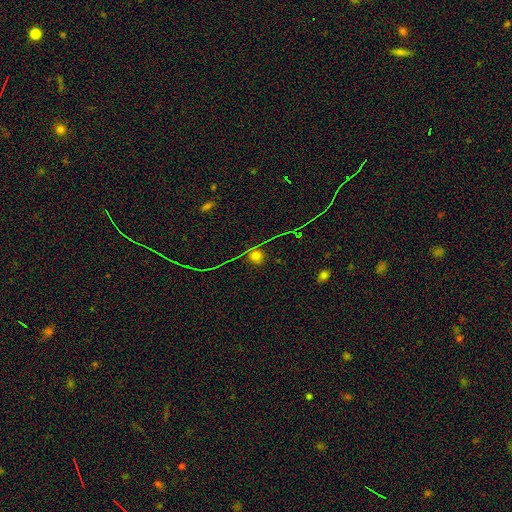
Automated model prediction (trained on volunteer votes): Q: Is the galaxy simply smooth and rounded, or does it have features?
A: smooth — 60%.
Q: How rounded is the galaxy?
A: round — 91%.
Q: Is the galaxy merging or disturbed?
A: none — 80%.